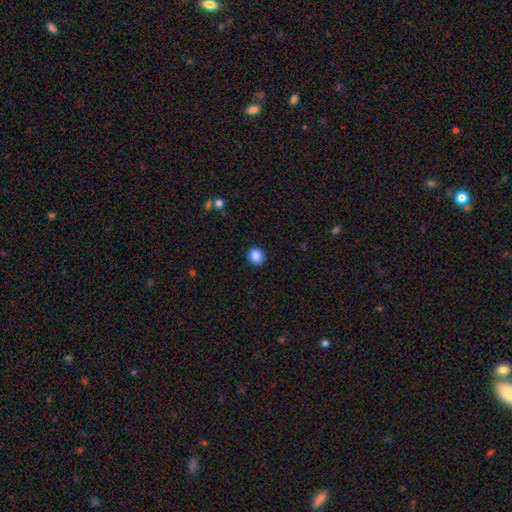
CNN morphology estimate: Smooth or featured?
  - smooth: 88% *
  - star or artifact: 9%
  - featured or disk: 2%
How rounded?
  - round: 87% *
  - in between: 12%
  - cigar-shaped: 1%
Merging?
  - none: 92% *
  - minor disturbance: 6%
  - major disturbance: 2%
  - merger: 1%